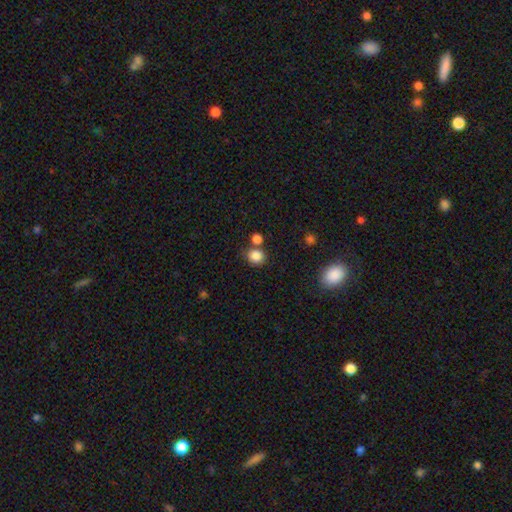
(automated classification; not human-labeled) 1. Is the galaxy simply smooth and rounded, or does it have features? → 84% smooth, 11% star or artifact, 5% featured or disk.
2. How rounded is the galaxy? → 80% round, 19% in between, 1% cigar-shaped.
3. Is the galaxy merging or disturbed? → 66% none, 20% merger, 10% minor disturbance, 4% major disturbance.